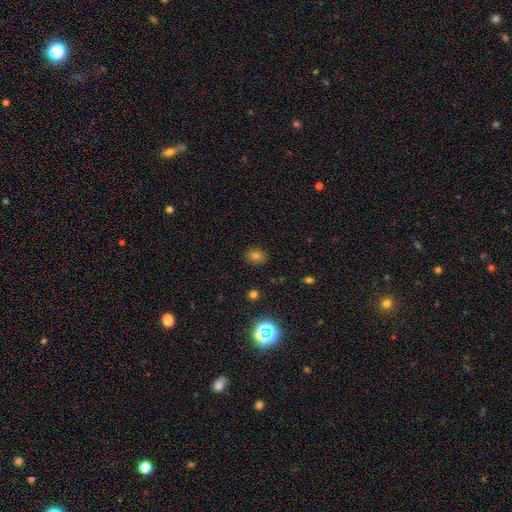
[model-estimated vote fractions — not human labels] The model was most divided on "how rounded": in between: 59%, round: 40%, cigar-shaped: 1%. More confident: merging — none (86%); smooth or featured — smooth (74%).